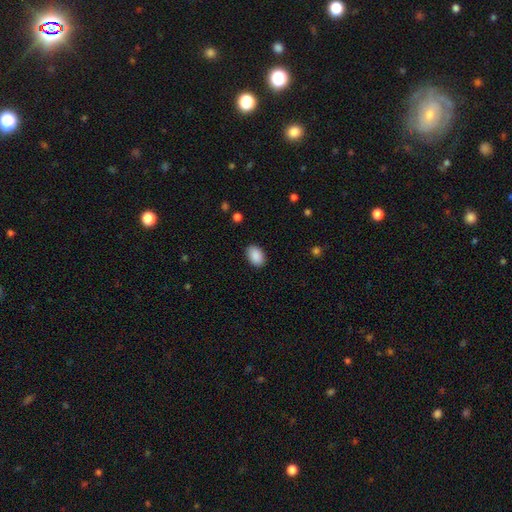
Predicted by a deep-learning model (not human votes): Morphology: type=smooth (90%); roundness=in between (85%); merging=none (88%).